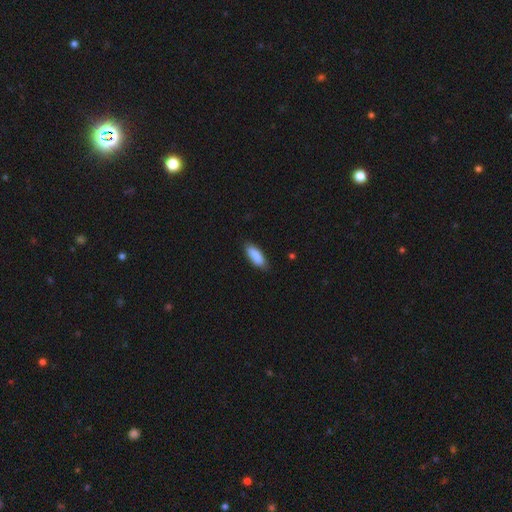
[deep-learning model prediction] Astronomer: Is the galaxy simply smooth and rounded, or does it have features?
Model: smooth — 89%.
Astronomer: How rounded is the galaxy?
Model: in between — 72%.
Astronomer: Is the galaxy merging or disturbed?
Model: none — 84%.